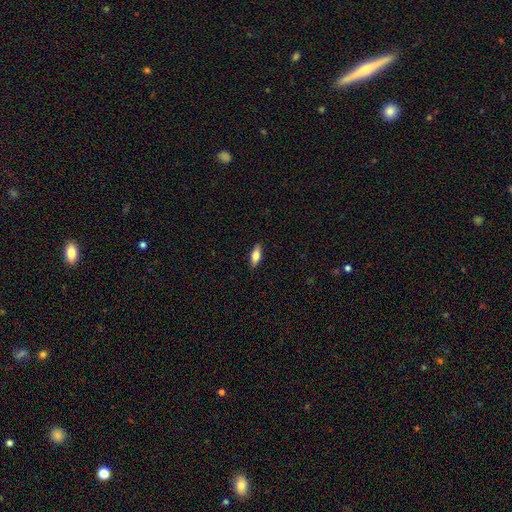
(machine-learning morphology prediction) smooth-or-featured: smooth: 73% | featured or disk: 20% | star or artifact: 7%
  how-rounded: in between: 71% | cigar-shaped: 27% | round: 3%
  merging: none: 87% | minor disturbance: 10% | major disturbance: 2% | merger: 1%